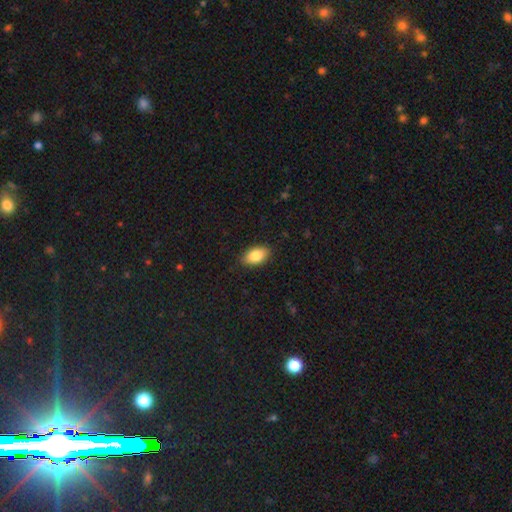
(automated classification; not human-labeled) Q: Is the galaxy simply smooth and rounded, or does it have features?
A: smooth — 85%.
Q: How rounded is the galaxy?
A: in between — 92%.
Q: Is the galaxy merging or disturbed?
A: none — 88%.